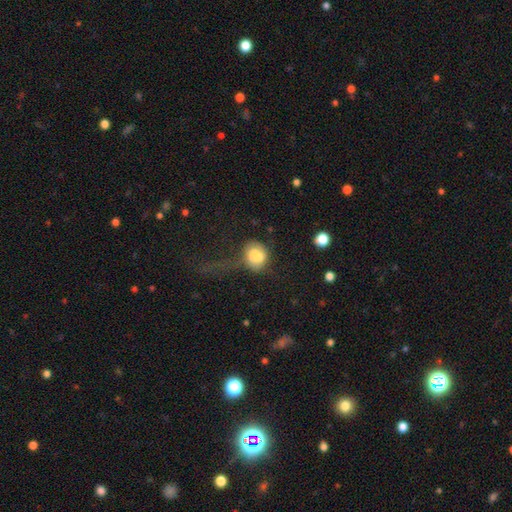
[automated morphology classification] This is likely a smooth galaxy (69%). How rounded: likely round (60%). Merging: marginally major disturbance (30%).